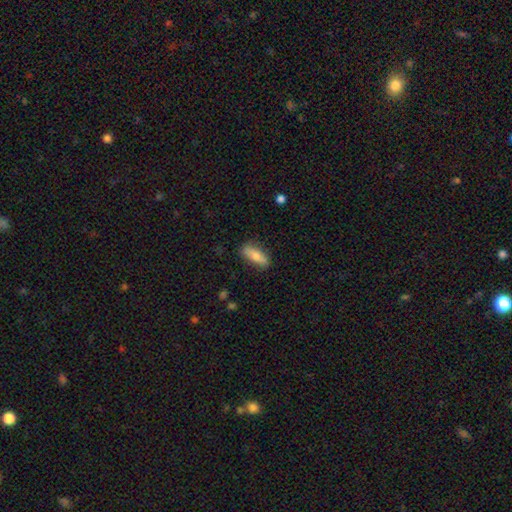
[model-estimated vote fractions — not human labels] Smooth or featured? Predicted: smooth (p=0.73). How rounded? Predicted: in between (p=0.63). Merging? Predicted: none (p=0.81).